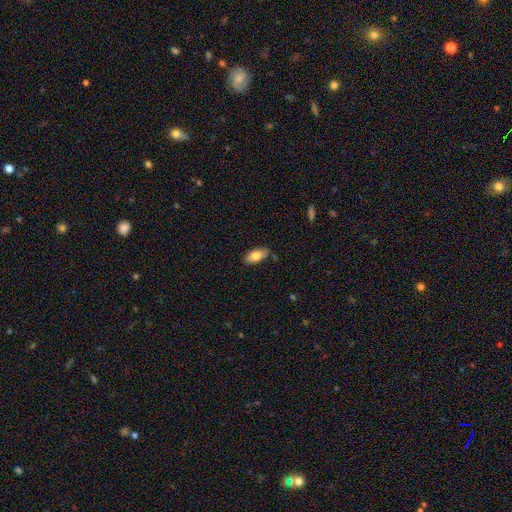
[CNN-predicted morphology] Q: Smooth or featured?
A: smooth (82%); runner-up: featured or disk (11%)
Q: How rounded?
A: in between (91%); runner-up: cigar-shaped (7%)
Q: Merging?
A: none (80%); runner-up: minor disturbance (15%)